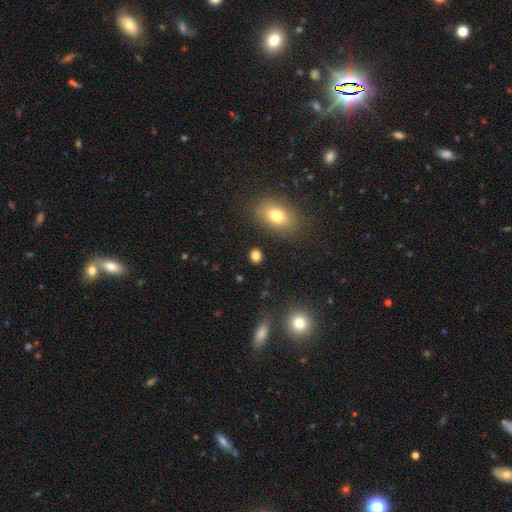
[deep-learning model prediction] Smooth or featured?
  - smooth: 81% *
  - star or artifact: 13%
  - featured or disk: 6%
How rounded?
  - round: 49% * (tied)
  - in between: 49% * (tied)
  - cigar-shaped: 2%
Merging?
  - none: 86% *
  - minor disturbance: 9%
  - major disturbance: 3%
  - merger: 3%